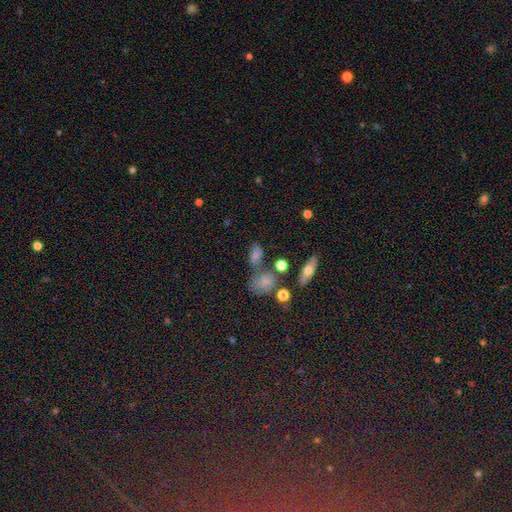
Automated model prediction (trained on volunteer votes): Smooth or featured? Predicted: smooth (p=0.57). How rounded? Predicted: in between (p=0.67). Merging? Predicted: none (p=0.58).